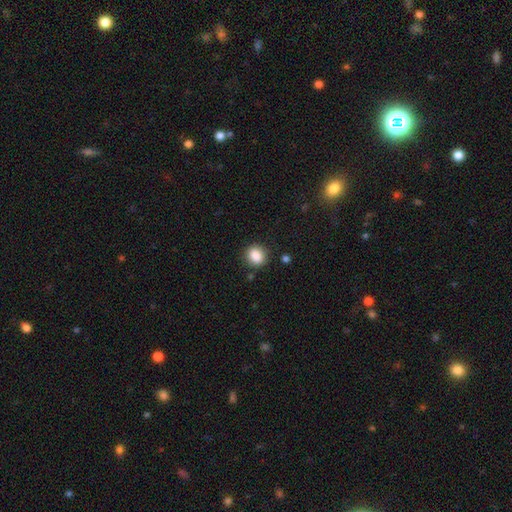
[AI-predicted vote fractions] Smooth or featured: smooth — 87% (star or artifact — 9%)
How rounded: round — 67% (in between — 32%)
Merging: none — 85% (minor disturbance — 10%)